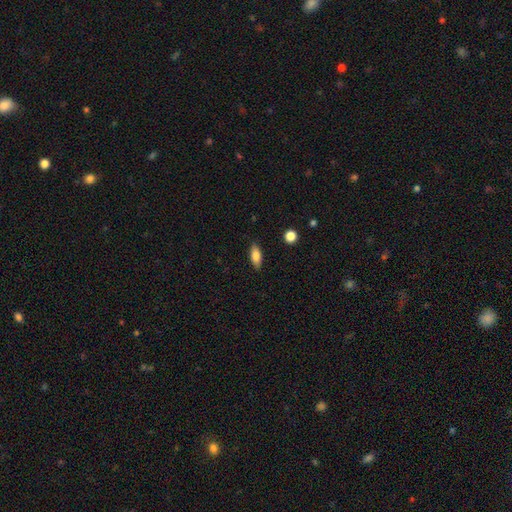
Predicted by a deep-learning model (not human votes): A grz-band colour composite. It shows a smooth galaxy with no disk features (80%) that is in between round and cigar-shaped (75%). Merging: none (86%).